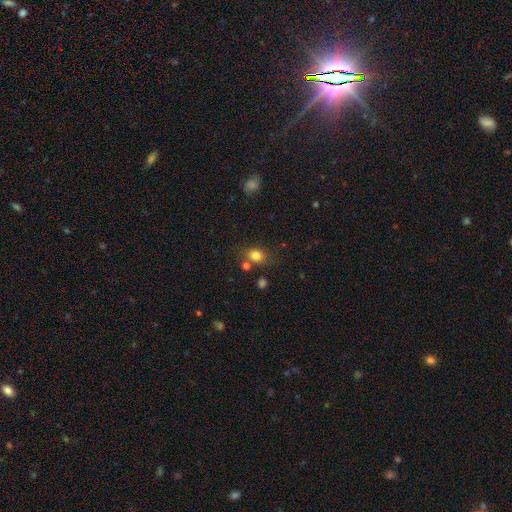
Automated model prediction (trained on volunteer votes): smooth-or-featured: smooth: 81% | star or artifact: 13% | featured or disk: 7%
  how-rounded: in between: 52% | round: 47% | cigar-shaped: 1%
  merging: none: 70% | minor disturbance: 14% | merger: 12% | major disturbance: 5%